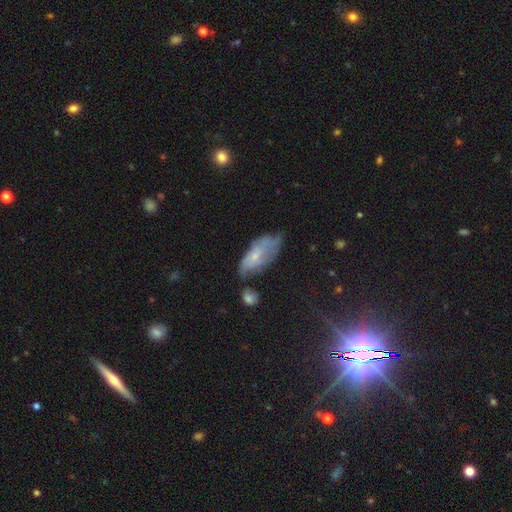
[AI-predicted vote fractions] Smooth or featured: smooth — 46% (featured or disk — 44%)
Merging: minor disturbance — 37% (none — 34%)